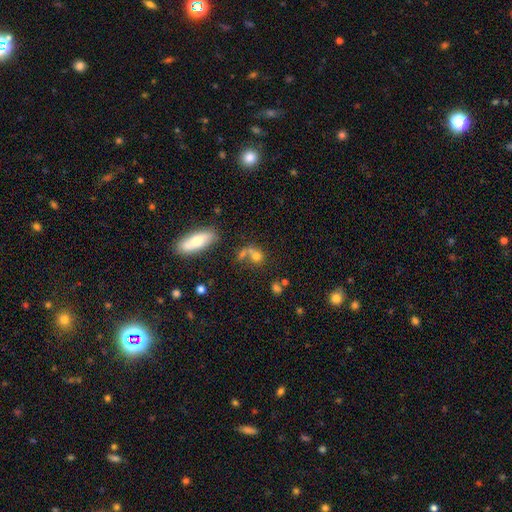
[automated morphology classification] smooth-or-featured: smooth: 69% | featured or disk: 16% | star or artifact: 15%
  how-rounded: round: 57% | in between: 39% | cigar-shaped: 4%
  merging: merger: 45% | none: 35% | minor disturbance: 10% | major disturbance: 9%